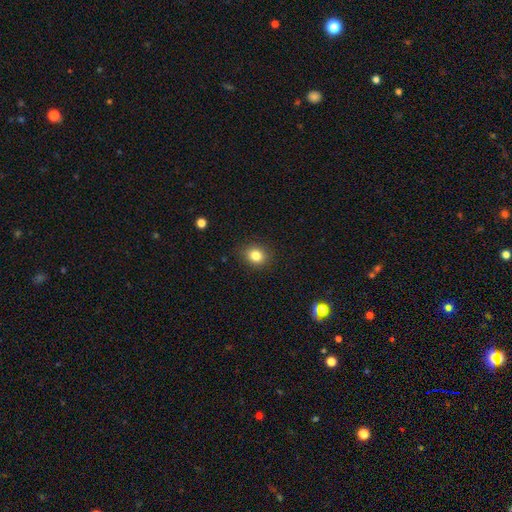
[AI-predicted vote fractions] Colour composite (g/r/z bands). It shows a smooth galaxy with no disk features (83%) that is round (66%). Merging: none (88%).